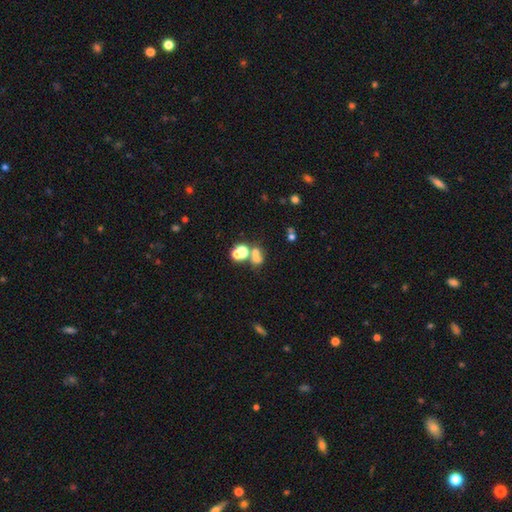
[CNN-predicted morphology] The model was most divided on "merging": merger: 47%, none: 39%, minor disturbance: 8%, major disturbance: 6%. More confident: how rounded — round (68%); smooth or featured — smooth (55%).